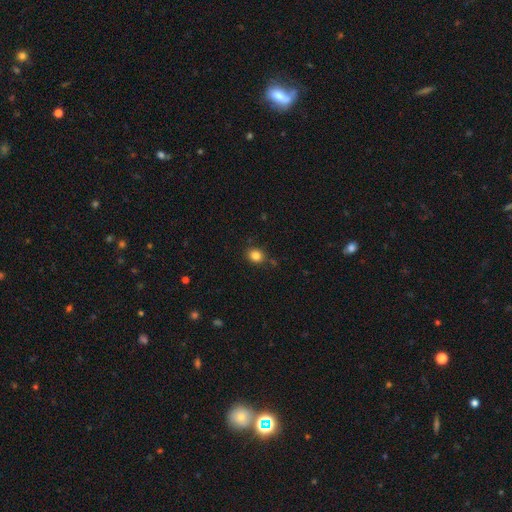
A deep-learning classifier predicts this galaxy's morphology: This is clearly a smooth galaxy (83%). How rounded: likely round (71%). Merging: clearly none (82%).